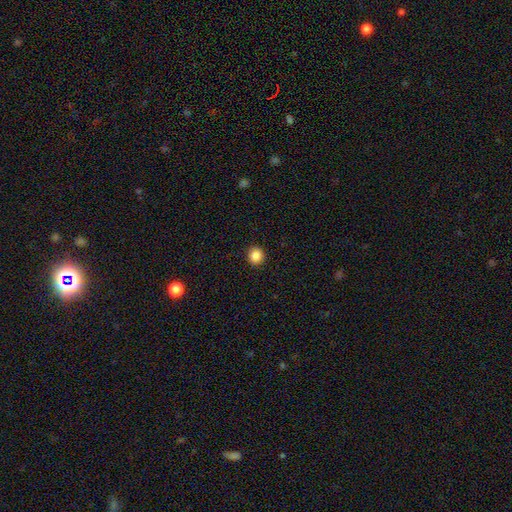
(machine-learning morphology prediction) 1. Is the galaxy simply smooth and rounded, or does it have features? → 86% smooth, 10% star or artifact, 4% featured or disk.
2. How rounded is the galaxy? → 88% round, 11% in between, 1% cigar-shaped.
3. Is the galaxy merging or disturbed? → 92% none, 5% minor disturbance, 2% major disturbance, 1% merger.